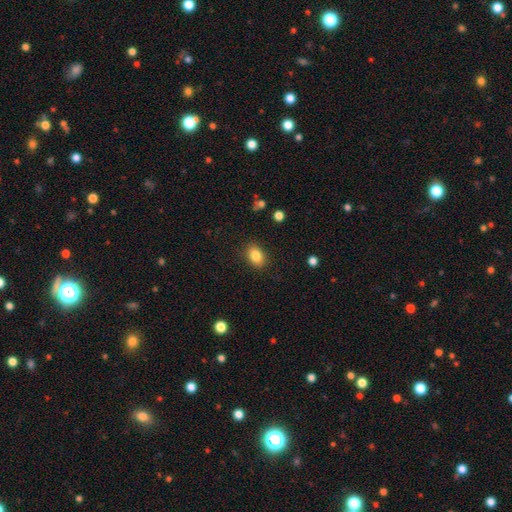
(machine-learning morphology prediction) The model was most divided on "how rounded": in between: 72%, round: 27%, cigar-shaped: 1%. More confident: merging — none (87%); smooth or featured — smooth (84%).